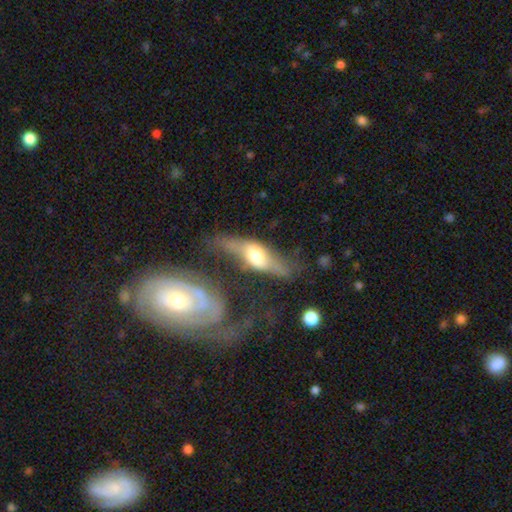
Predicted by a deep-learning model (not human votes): Morphology: type=featured or disk (62%); edge-on=yes (62%); merging=none (44%).